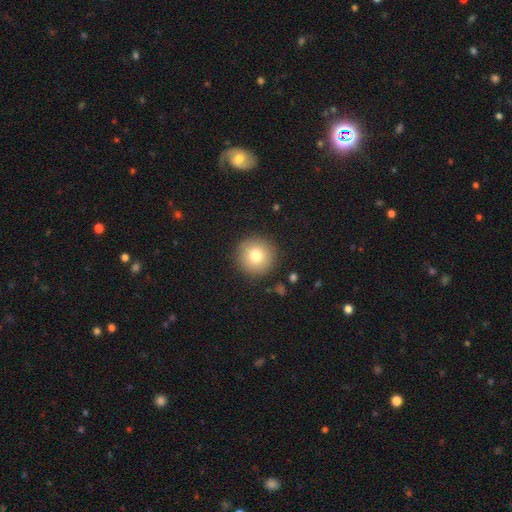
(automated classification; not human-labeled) The model was most divided on "smooth or featured": smooth: 78%, featured or disk: 13%, star or artifact: 10%. More confident: how rounded — round (96%); merging — none (90%).